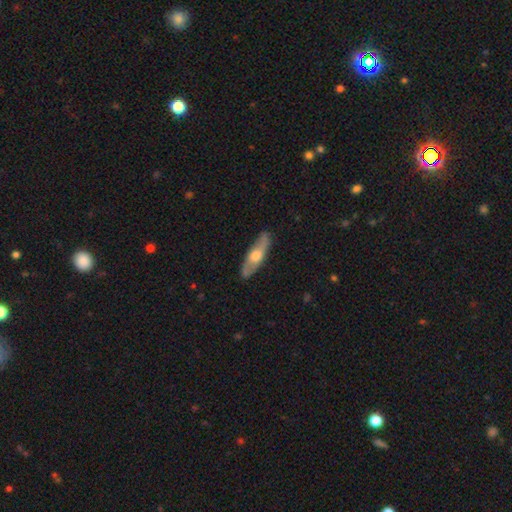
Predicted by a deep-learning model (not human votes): Smooth or featured?
  - featured or disk: 57% *
  - smooth: 38%
  - star or artifact: 5%
Edge-on disk?
  - yes: 53% *
  - no: 47%
Merging?
  - none: 86% *
  - minor disturbance: 11%
  - major disturbance: 2%
  - merger: 1%